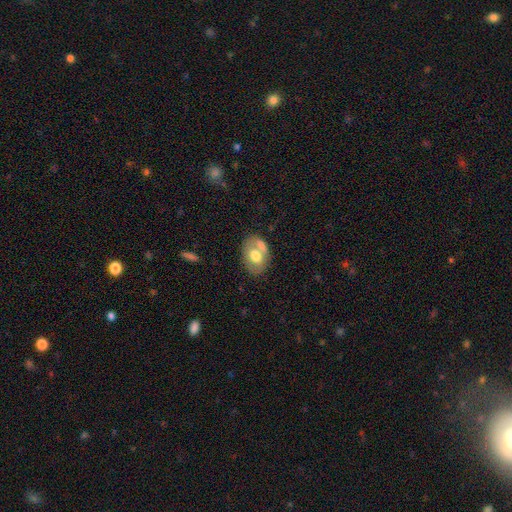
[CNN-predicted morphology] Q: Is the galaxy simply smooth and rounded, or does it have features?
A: smooth — 61%.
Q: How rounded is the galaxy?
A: in between — 80%.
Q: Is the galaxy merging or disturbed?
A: none — 51%.